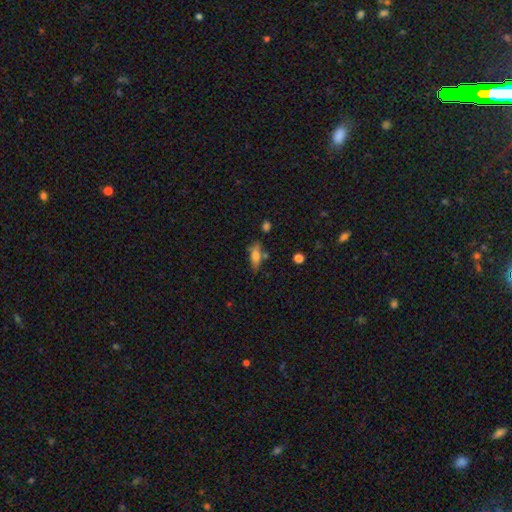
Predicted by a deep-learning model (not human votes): A smooth galaxy with no disk features (66%) that is in between round and cigar-shaped (64%). Merging: none (66%).